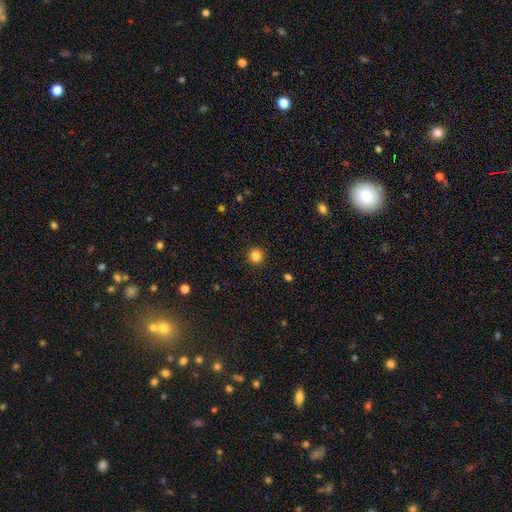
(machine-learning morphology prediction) Q: Smooth or featured?
A: smooth (84%); runner-up: star or artifact (12%)
Q: How rounded?
A: round (95%); runner-up: in between (4%)
Q: Merging?
A: none (92%); runner-up: minor disturbance (5%)